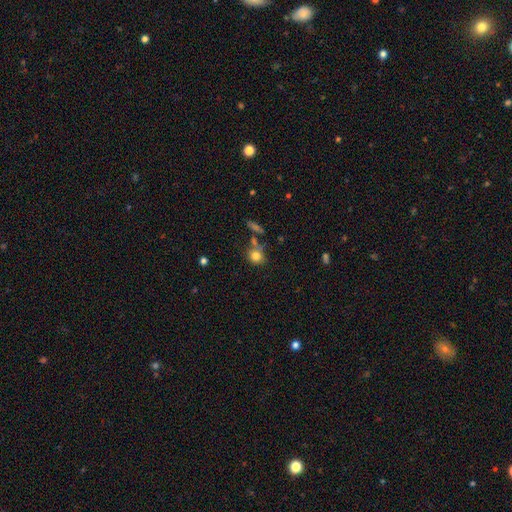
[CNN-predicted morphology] A smooth galaxy with no disk features (80%) that is round (73%).

Vote fractions:
- Smooth or featured? smooth: 80% / star or artifact: 11% / featured or disk: 9%
- How rounded? round: 73% / in between: 25% / cigar-shaped: 2%
- Merging? none: 62% / minor disturbance: 16% / merger: 16% / major disturbance: 6%